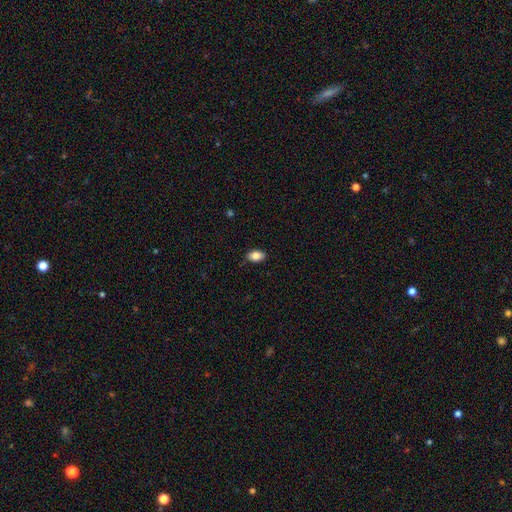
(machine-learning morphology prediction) The model was most divided on "merging": none: 85%, minor disturbance: 12%, major disturbance: 2%, merger: 1%. More confident: how rounded — in between (89%); smooth or featured — smooth (85%).